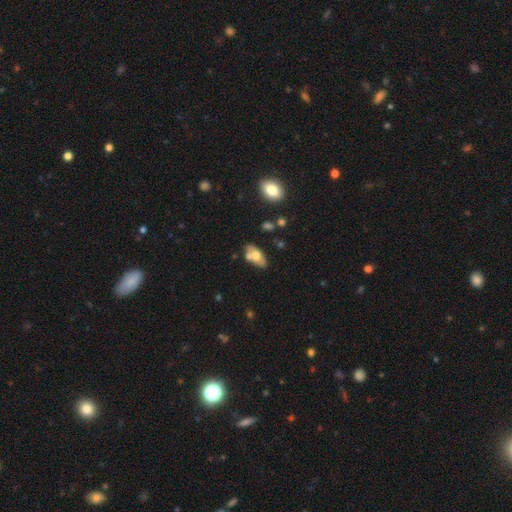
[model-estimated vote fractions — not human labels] Morphology: type=smooth (58%); roundness=in between (90%); merging=none (59%).